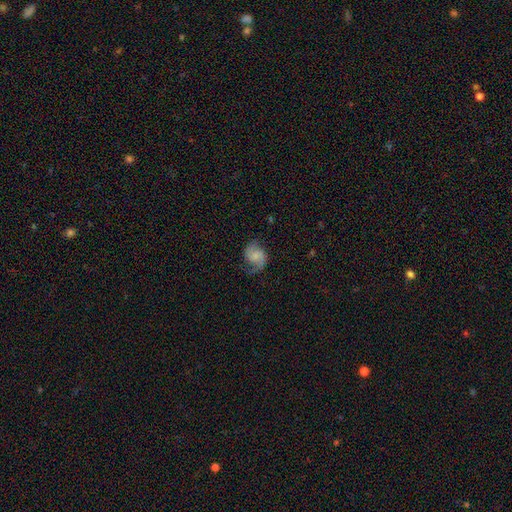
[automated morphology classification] smooth_or_featured: featured or disk (p=0.68) [alt: smooth p=0.24]
disk_edge_on: no (p=0.98) [alt: yes p=0.02]
bar: no (p=0.62) [alt: weak p=0.33]
has_spiral_arms: yes (p=0.94) [alt: no p=0.06]
spiral_winding: medium (p=0.45) [alt: loose p=0.38]
spiral_arm_count: 2 (p=0.83) [alt: 1 p=0.10]
bulge_size: small (p=0.42) [alt: none p=0.28]
merging: none (p=0.66) [alt: minor disturbance p=0.20]